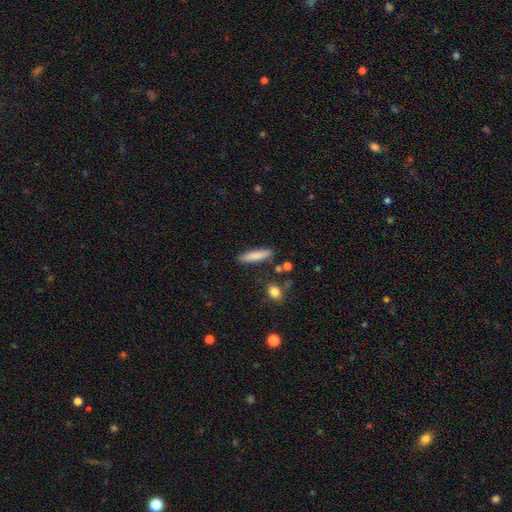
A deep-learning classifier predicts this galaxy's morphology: Smooth or featured: smooth — 83% (featured or disk — 11%)
How rounded: cigar-shaped — 78% (in between — 20%)
Merging: none — 86% (minor disturbance — 9%)